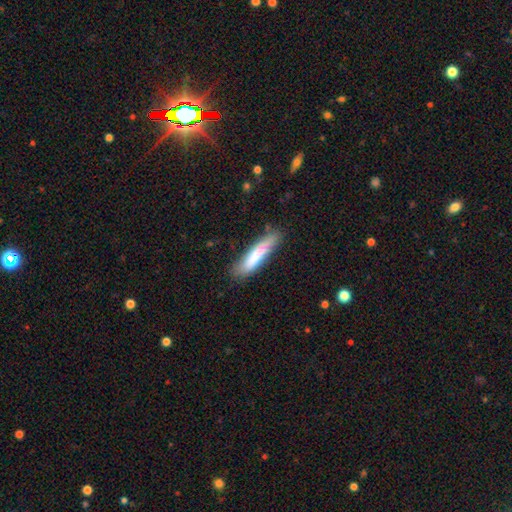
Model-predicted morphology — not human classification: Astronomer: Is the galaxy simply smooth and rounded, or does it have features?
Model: smooth — 75%.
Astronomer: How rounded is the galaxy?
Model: cigar-shaped — 83%.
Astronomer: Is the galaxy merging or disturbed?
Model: none — 72%.